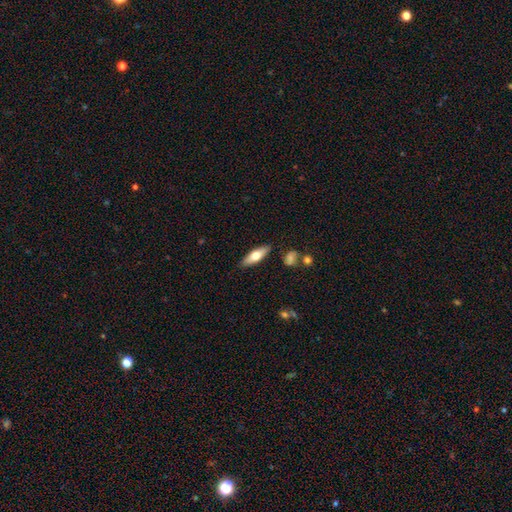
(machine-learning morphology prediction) type=smooth (61%); roundness=in between (50%); merging=none (86%).